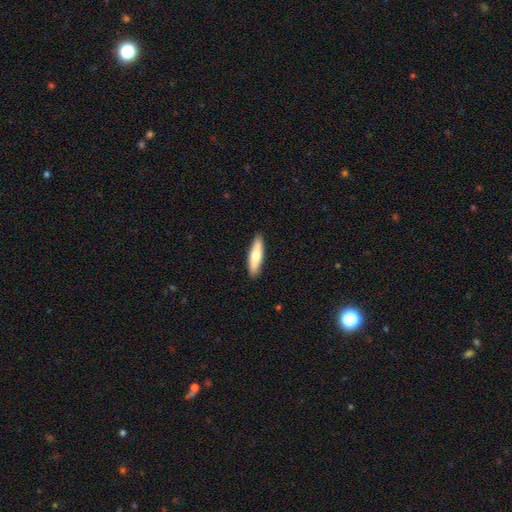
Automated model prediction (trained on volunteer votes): Q: Smooth or featured?
A: smooth (68%); runner-up: featured or disk (26%)
Q: How rounded?
A: cigar-shaped (69%); runner-up: in between (29%)
Q: Merging?
A: none (90%); runner-up: minor disturbance (7%)